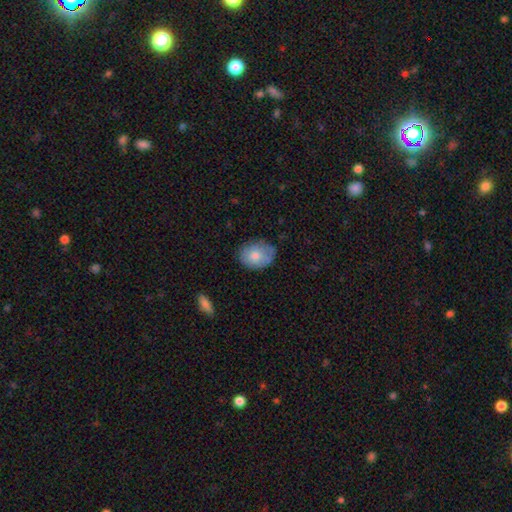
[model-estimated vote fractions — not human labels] Smooth or featured? Predicted: smooth (p=0.75). How rounded? Predicted: in between (p=0.65). Merging? Predicted: none (p=0.71).